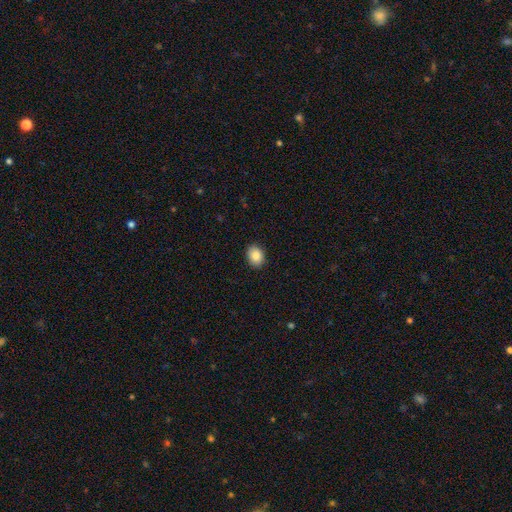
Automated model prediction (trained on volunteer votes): A smooth galaxy with no disk features (87%) that is in between round and cigar-shaped (63%). Merging: none (90%).